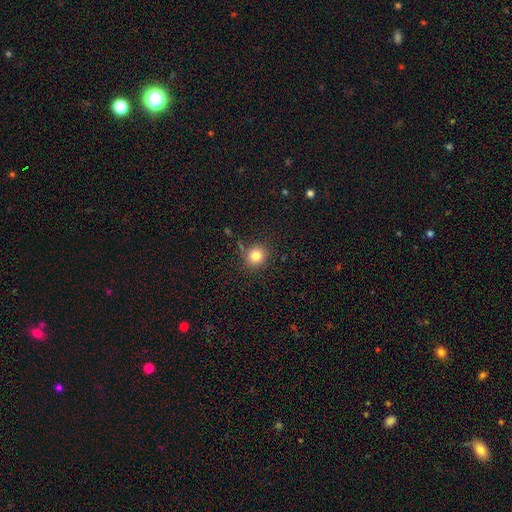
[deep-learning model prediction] This appears to be a smooth galaxy with no disk features (82%) that is round (89%). Merging: none (81%).